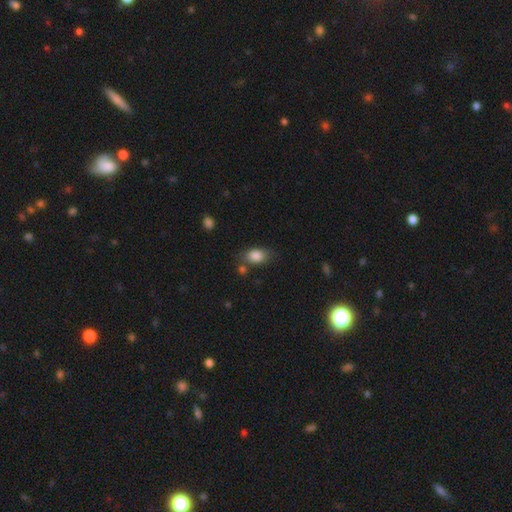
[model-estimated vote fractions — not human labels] Smooth or featured: smooth — 85% (star or artifact — 8%)
How rounded: in between — 80% (round — 18%)
Merging: none — 66% (minor disturbance — 20%)